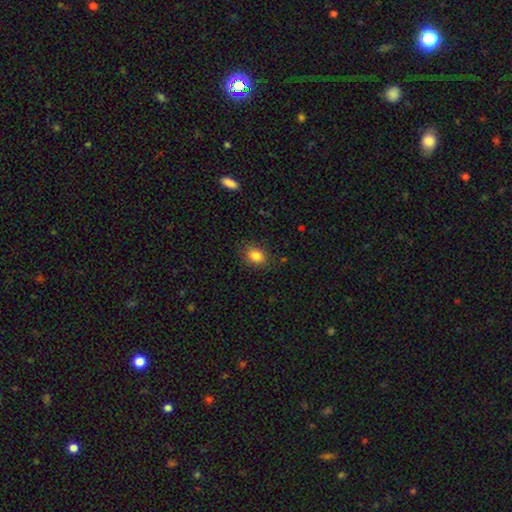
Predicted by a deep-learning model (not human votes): smooth 84%, star or artifact 10%, featured or disk 6%. Down the decision tree: how rounded — in between (57%); merging — none (83%).